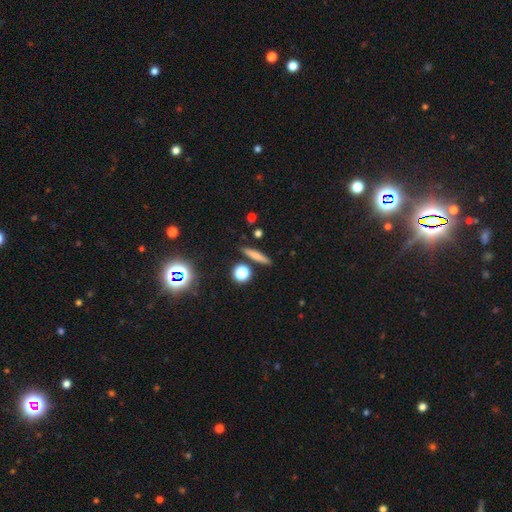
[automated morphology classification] A smooth galaxy with no disk features (68%) that is cigar-shaped (81%).

Vote fractions:
- Smooth or featured? smooth: 68% / featured or disk: 20% / star or artifact: 12%
- How rounded? cigar-shaped: 81% / in between: 11% / round: 8%
- Merging? none: 86% / minor disturbance: 8% / merger: 4% / major disturbance: 2%